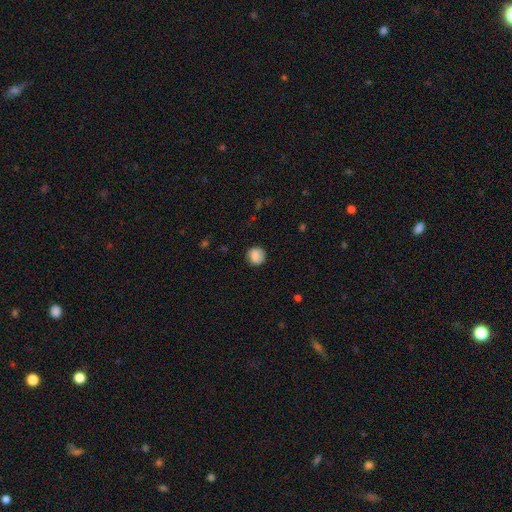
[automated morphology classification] Smooth or featured?
  - smooth: 78% *
  - featured or disk: 13%
  - star or artifact: 8%
How rounded?
  - round: 89% *
  - in between: 10%
  - cigar-shaped: 1%
Merging?
  - none: 83% *
  - minor disturbance: 12%
  - major disturbance: 3%
  - merger: 1%